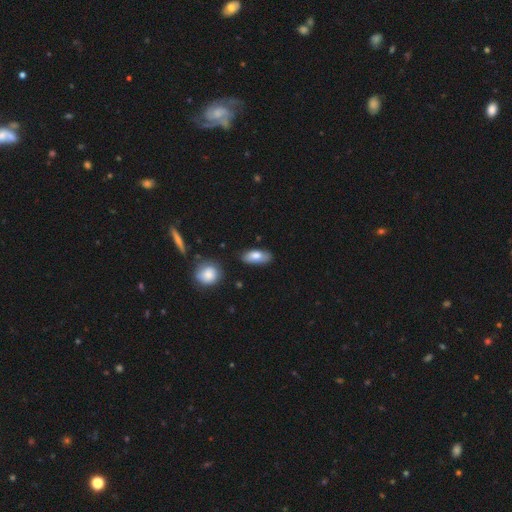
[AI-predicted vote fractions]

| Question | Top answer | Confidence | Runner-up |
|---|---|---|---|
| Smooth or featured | smooth | 75% | featured or disk (18%) |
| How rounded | in between | 88% | cigar-shaped (9%) |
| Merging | none | 77% | minor disturbance (17%) |